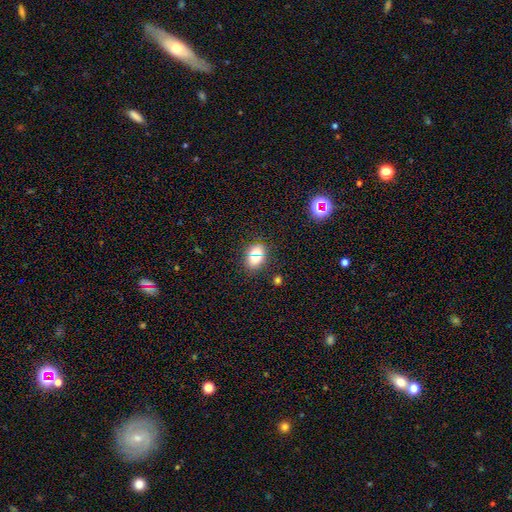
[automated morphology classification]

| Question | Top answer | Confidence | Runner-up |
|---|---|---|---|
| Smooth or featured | smooth | 69% | star or artifact (20%) |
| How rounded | in between | 55% | round (43%) |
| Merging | none | 84% | minor disturbance (9%) |